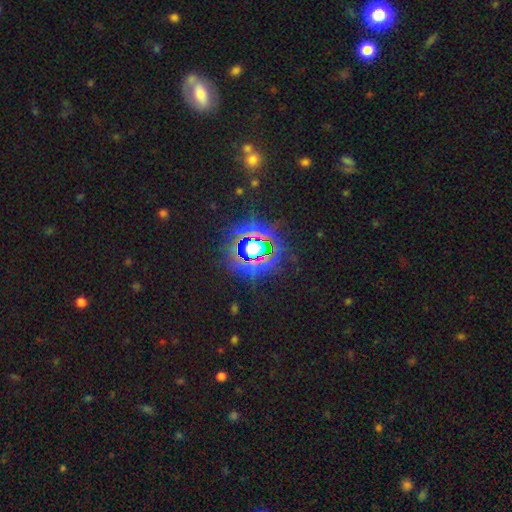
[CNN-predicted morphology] Smooth or featured? Predicted: star or artifact (p=0.81).